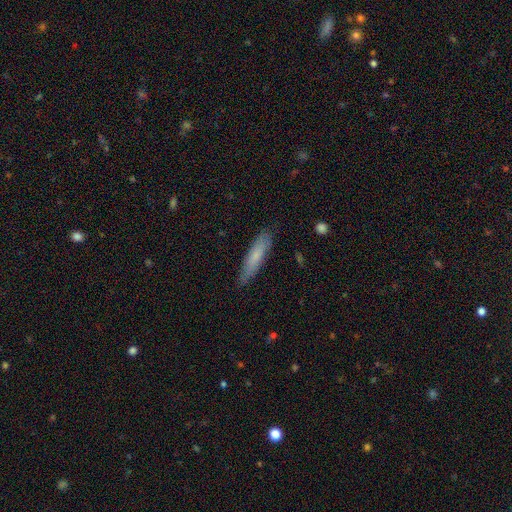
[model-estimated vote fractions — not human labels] This appears to be a smooth galaxy with no disk features (72%) that is cigar-shaped (82%). Merging: none (82%).